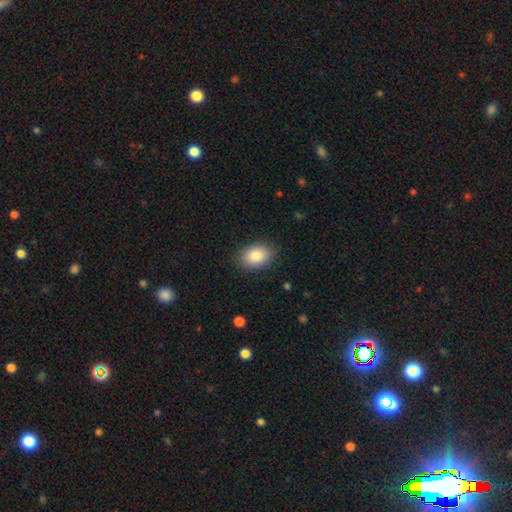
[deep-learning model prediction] A smooth galaxy with no disk features (86%) that is in between round and cigar-shaped (82%).

Vote fractions:
- Smooth or featured? smooth: 86% / star or artifact: 7% / featured or disk: 7%
- How rounded? in between: 82% / round: 17% / cigar-shaped: 1%
- Merging? none: 86% / minor disturbance: 10% / major disturbance: 3% / merger: 1%